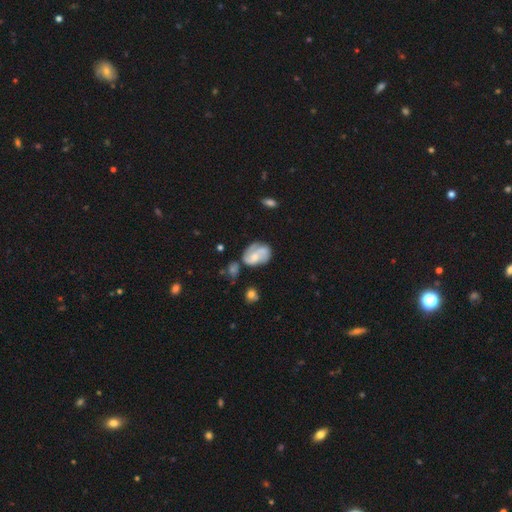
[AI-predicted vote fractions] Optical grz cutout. It shows a featured or disk galaxy (62%) with no bar (62%), spiral arms (82%) and a moderate central bulge (41%). Merging: none (49%).